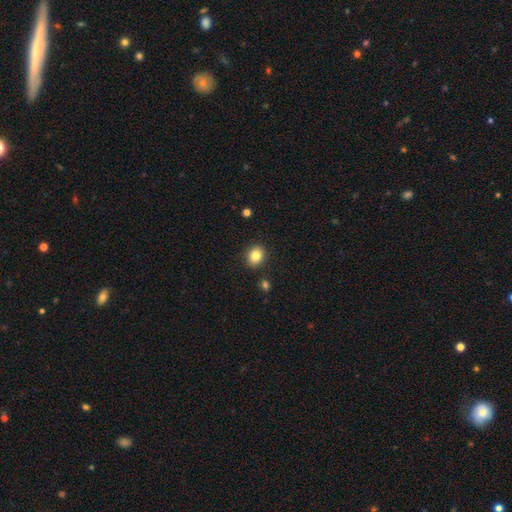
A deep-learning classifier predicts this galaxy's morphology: Smooth or featured?
  - smooth: 84% *
  - star or artifact: 10%
  - featured or disk: 7%
How rounded?
  - round: 63% *
  - in between: 36%
  - cigar-shaped: 1%
Merging?
  - none: 89% *
  - minor disturbance: 7%
  - merger: 2%
  - major disturbance: 2%